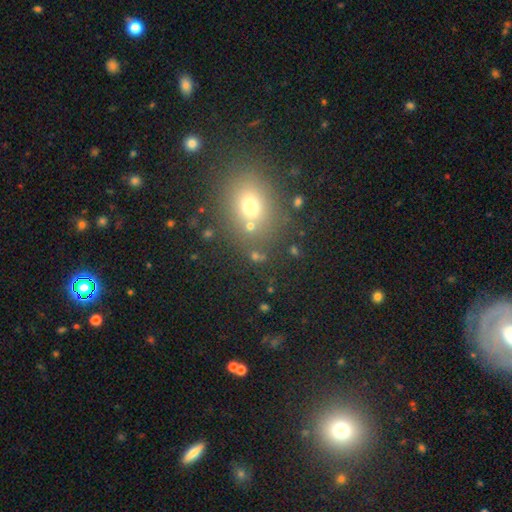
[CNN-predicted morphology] The model was most divided on "how rounded": round: 61%, in between: 37%, cigar-shaped: 2%. More confident: merging — none (72%); smooth or featured — smooth (61%).